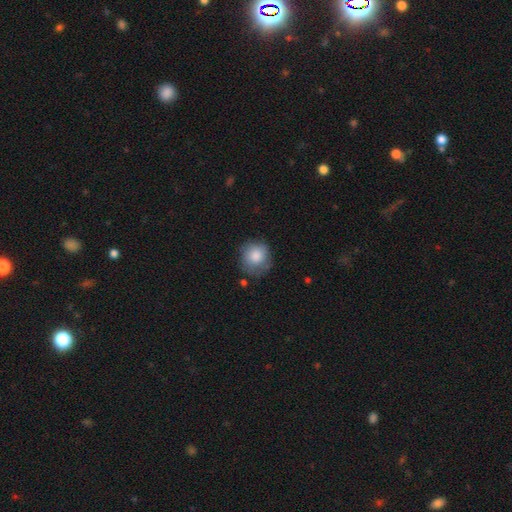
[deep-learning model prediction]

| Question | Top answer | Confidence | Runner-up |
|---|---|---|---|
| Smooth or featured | smooth | 82% | featured or disk (11%) |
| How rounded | round | 85% | in between (14%) |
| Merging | none | 67% | minor disturbance (24%) |